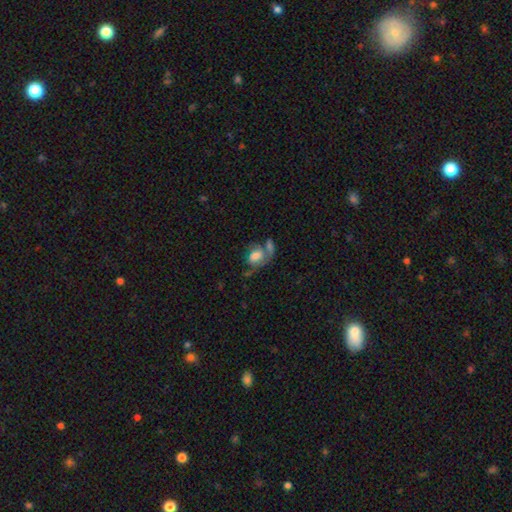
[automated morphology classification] Smooth or featured?
  - smooth: 53% *
  - featured or disk: 38%
  - star or artifact: 9%
How rounded?
  - in between: 69% *
  - round: 30%
  - cigar-shaped: 2%
Merging?
  - merger: 38% *
  - none: 26%
  - major disturbance: 20%
  - minor disturbance: 16%